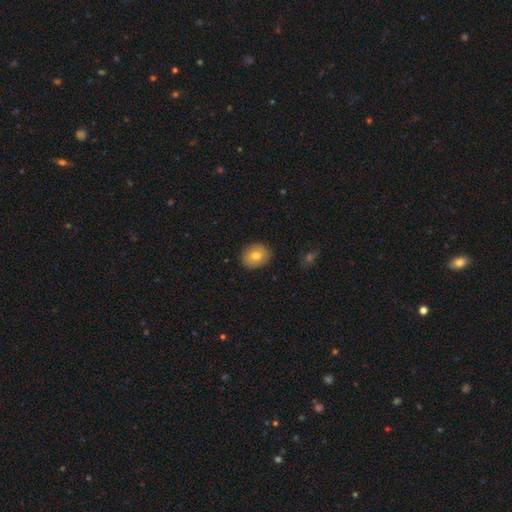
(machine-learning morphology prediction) Smooth or featured?
  - smooth: 73% *
  - featured or disk: 19%
  - star or artifact: 8%
How rounded?
  - round: 64% *
  - in between: 35%
  - cigar-shaped: 1%
Merging?
  - none: 88% *
  - minor disturbance: 9%
  - major disturbance: 2%
  - merger: 1%